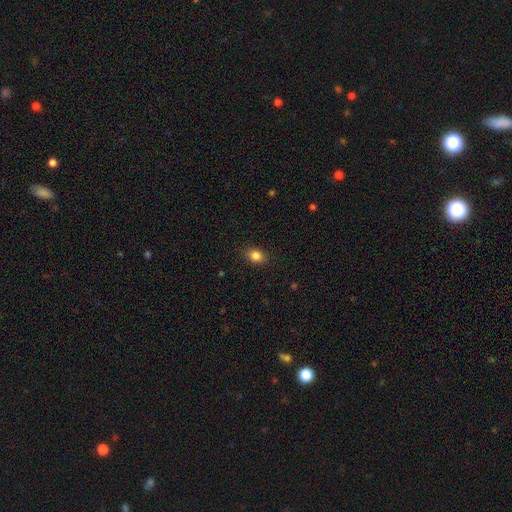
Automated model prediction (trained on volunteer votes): A smooth galaxy with no disk features (84%) that is in between round and cigar-shaped (63%).

Vote fractions:
- Smooth or featured? smooth: 84% / star or artifact: 10% / featured or disk: 5%
- How rounded? in between: 63% / round: 36% / cigar-shaped: 1%
- Merging? none: 88% / minor disturbance: 9% / major disturbance: 2% / merger: 1%